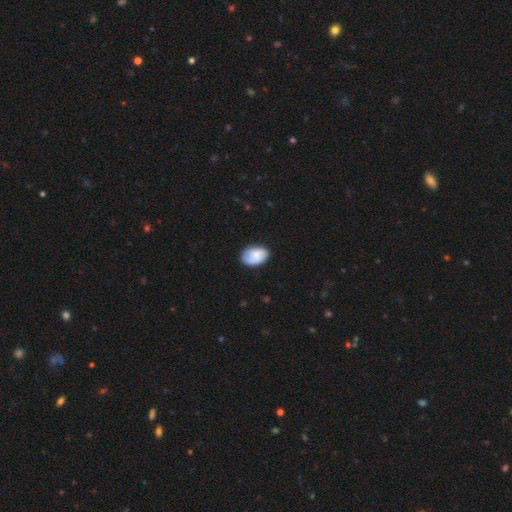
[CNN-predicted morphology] smooth 70%, featured or disk 23%, star or artifact 7%. Down the decision tree: how rounded — in between (86%); merging — none (77%).